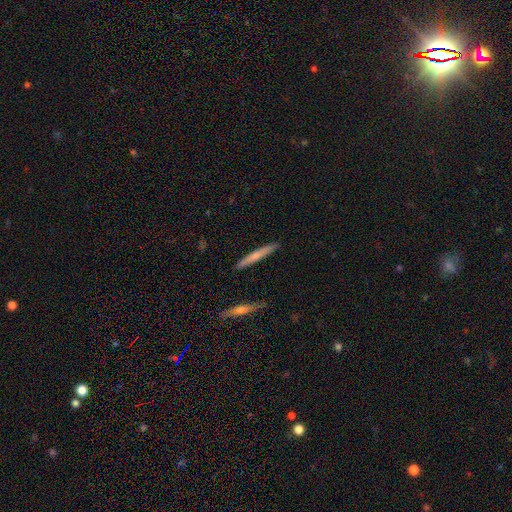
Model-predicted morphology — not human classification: A smooth galaxy with no disk features (57%) that is cigar-shaped (95%).

Vote fractions:
- Smooth or featured? smooth: 57% / featured or disk: 37% / star or artifact: 6%
- How rounded? cigar-shaped: 95% / in between: 3% / round: 2%
- Merging? none: 89% / minor disturbance: 7% / merger: 2% / major disturbance: 1%